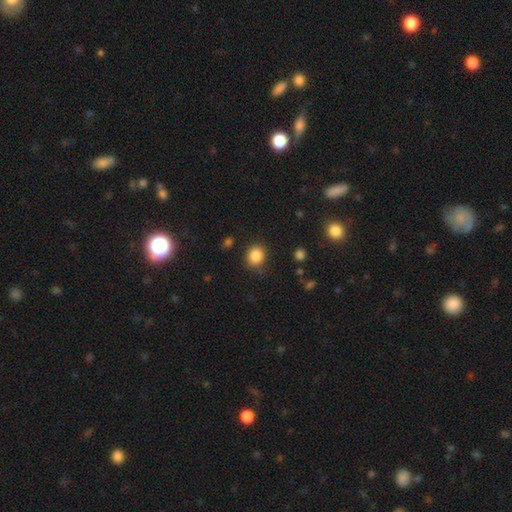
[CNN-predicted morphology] smooth-or-featured: smooth: 86% | star or artifact: 10% | featured or disk: 4%
  how-rounded: round: 70% | in between: 29% | cigar-shaped: 1%
  merging: none: 81% | minor disturbance: 13% | major disturbance: 4% | merger: 2%